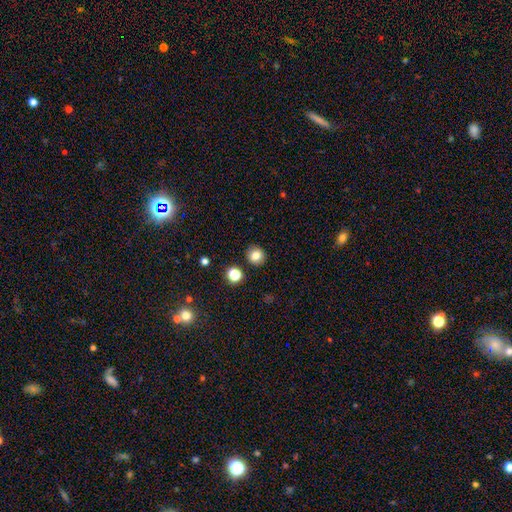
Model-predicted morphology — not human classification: Smooth or featured? smooth (81%)
How rounded? round (90%)
Merging? none (89%)